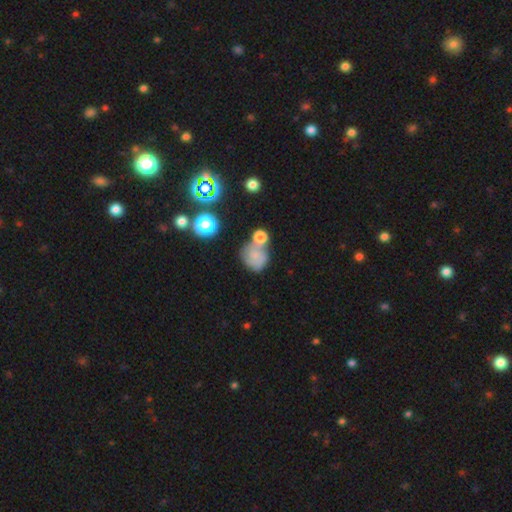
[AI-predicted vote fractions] smooth-or-featured: smooth: 50% | featured or disk: 36% | star or artifact: 14%
  how-rounded: round: 70% | in between: 28% | cigar-shaped: 1%
  merging: merger: 37% | none: 32% | minor disturbance: 17% | major disturbance: 14%